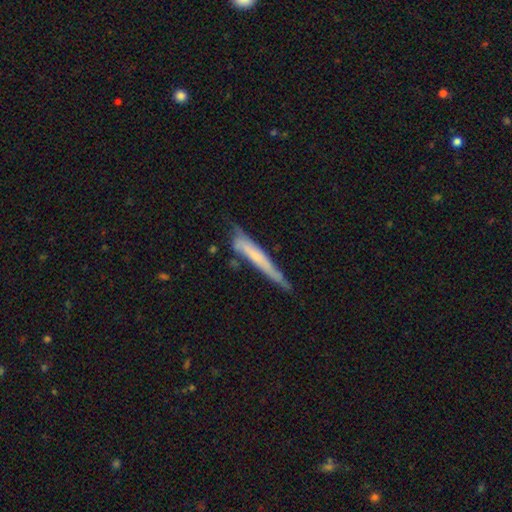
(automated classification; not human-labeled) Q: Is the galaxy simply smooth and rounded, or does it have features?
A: smooth — 50%.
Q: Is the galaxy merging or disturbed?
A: none — 51%.